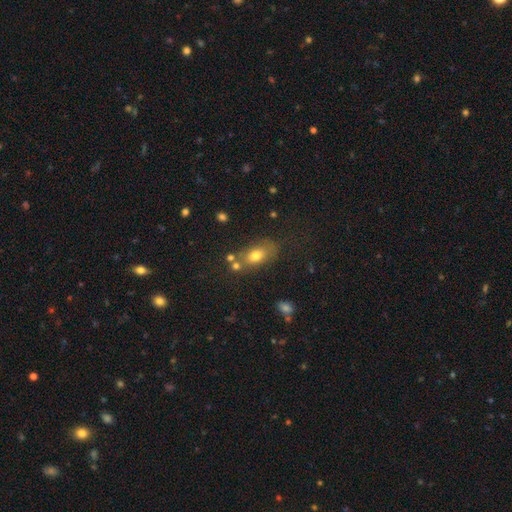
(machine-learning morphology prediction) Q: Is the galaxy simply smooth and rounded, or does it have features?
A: smooth — 72%.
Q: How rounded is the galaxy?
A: in between — 80%.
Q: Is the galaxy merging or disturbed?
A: none — 61%.